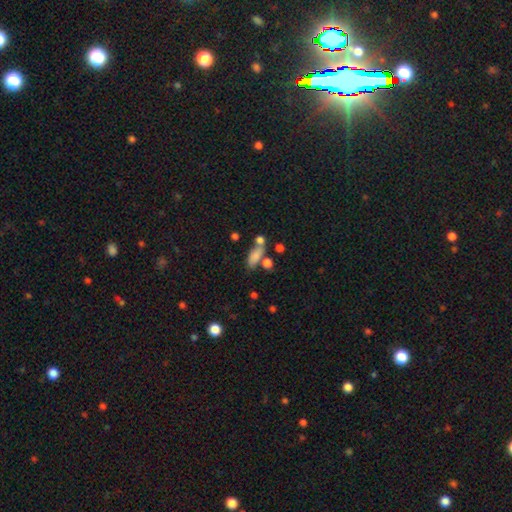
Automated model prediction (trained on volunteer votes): Q: Smooth or featured?
A: smooth (76%); runner-up: featured or disk (13%)
Q: How rounded?
A: in between (74%); runner-up: cigar-shaped (19%)
Q: Merging?
A: none (49%); runner-up: merger (26%)